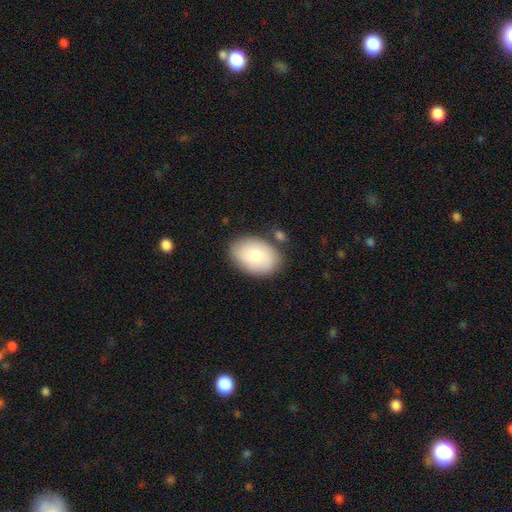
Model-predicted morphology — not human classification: Smooth or featured? Predicted: smooth (p=0.76). How rounded? Predicted: in between (p=0.87). Merging? Predicted: none (p=0.77).